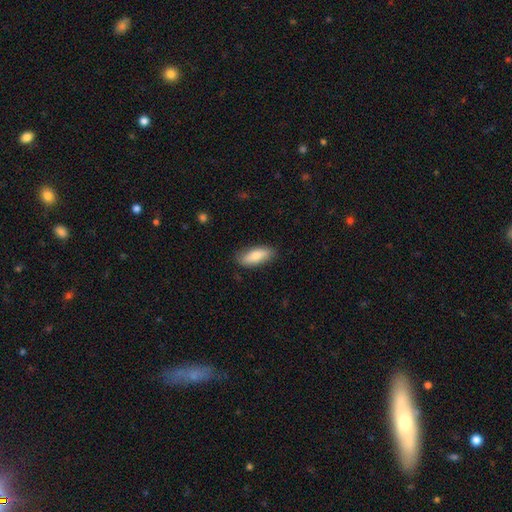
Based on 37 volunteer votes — A smooth galaxy with no disk features (73%) that is in between round and cigar-shaped (89%). Merging: none (66%).